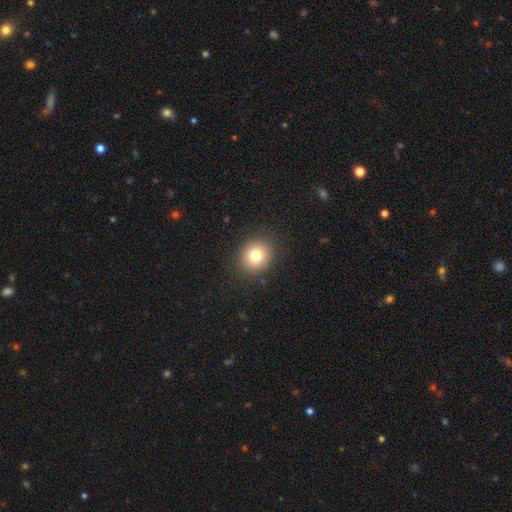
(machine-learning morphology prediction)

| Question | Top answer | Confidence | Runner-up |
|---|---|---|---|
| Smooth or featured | smooth | 78% | star or artifact (12%) |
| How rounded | round | 81% | in between (18%) |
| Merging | none | 89% | minor disturbance (7%) |